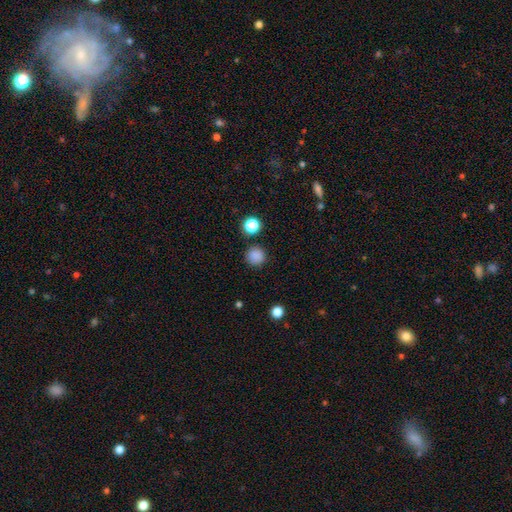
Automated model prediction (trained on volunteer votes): Smooth or featured? smooth (85%)
How rounded? round (93%)
Merging? none (88%)